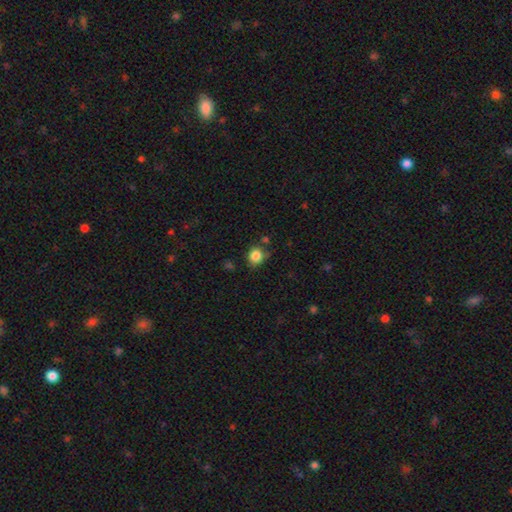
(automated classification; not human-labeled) Morphology: type=smooth (85%); roundness=round (77%); merging=none (73%).